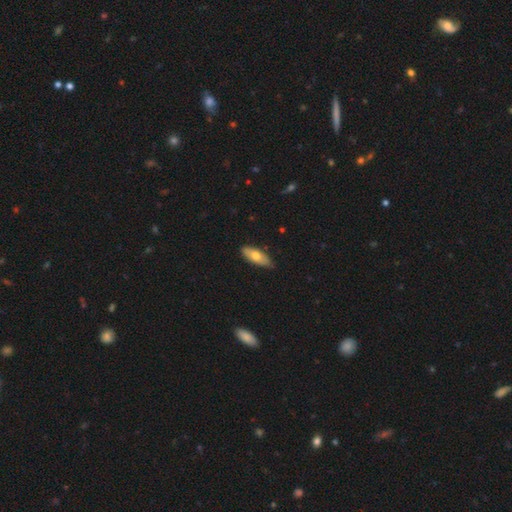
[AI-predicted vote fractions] Smooth or featured? smooth (67%)
How rounded? in between (75%)
Merging? none (84%)